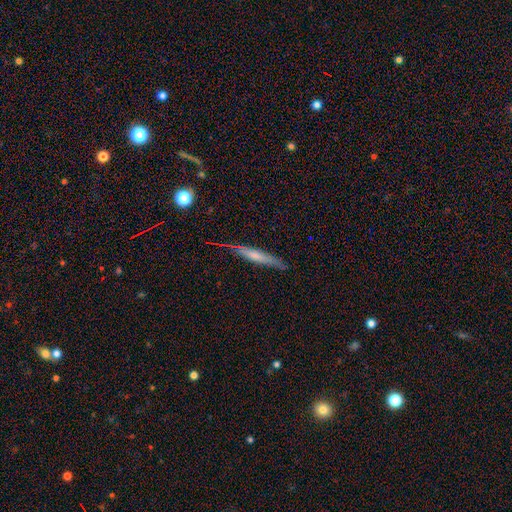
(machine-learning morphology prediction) This is possibly a smooth galaxy (53%). How rounded: clearly cigar-shaped (92%). Merging: likely none (79%).